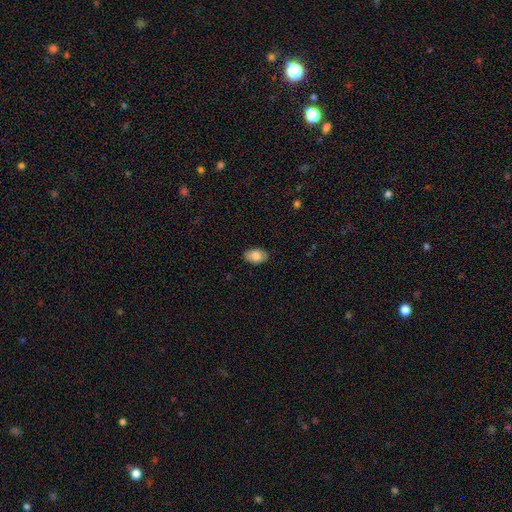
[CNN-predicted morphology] Smooth or featured? smooth (80%)
How rounded? in between (90%)
Merging? none (85%)